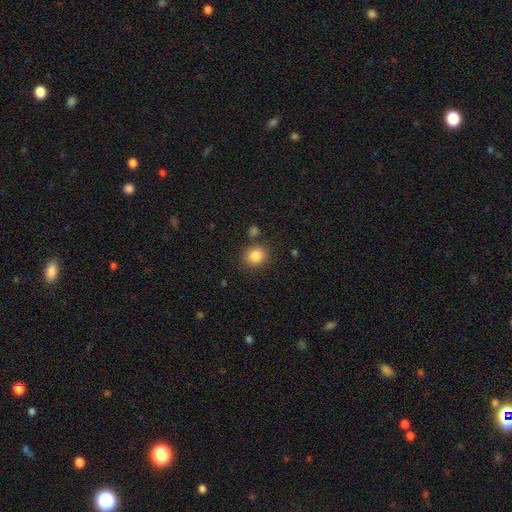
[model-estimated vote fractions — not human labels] The model was most divided on "how rounded": round: 79%, in between: 20%, cigar-shaped: 1%. More confident: smooth or featured — smooth (85%); merging — none (82%).